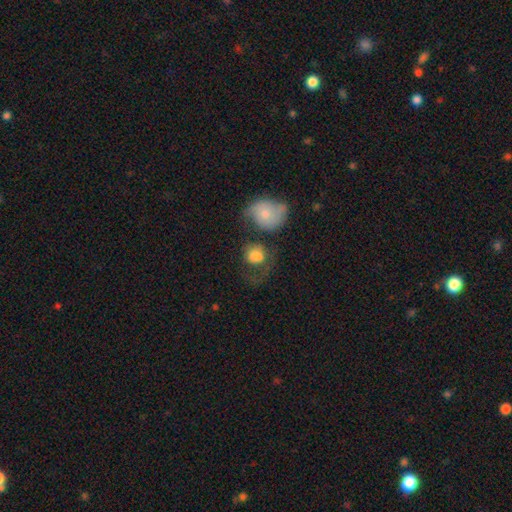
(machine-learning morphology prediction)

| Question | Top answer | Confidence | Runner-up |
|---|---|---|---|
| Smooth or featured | smooth | 71% | featured or disk (20%) |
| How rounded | round | 71% | in between (28%) |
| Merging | none | 30% | merger (29%) |